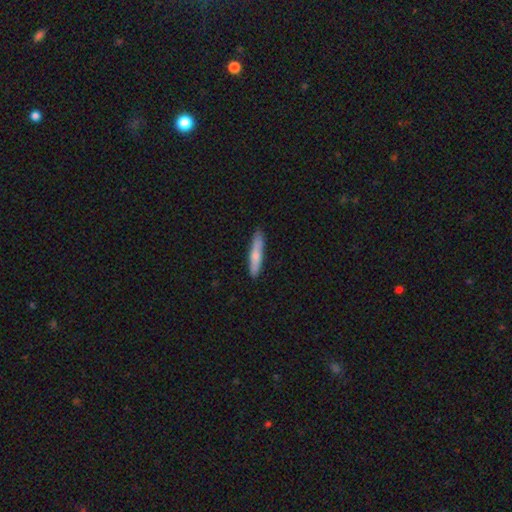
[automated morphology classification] Overall: smooth (69%). How rounded: cigar-shaped (89%). Merging: none (87%).